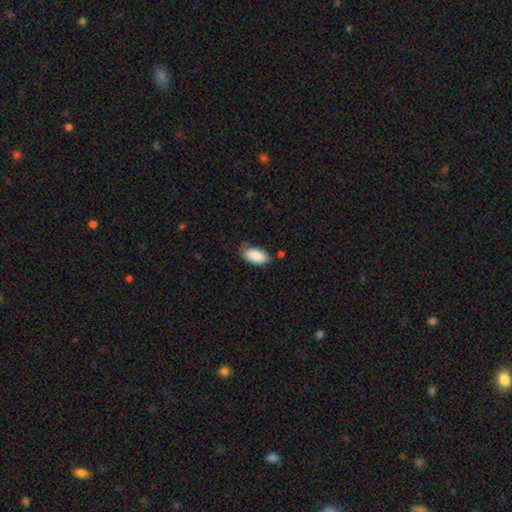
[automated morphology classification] smooth 89%, star or artifact 6%, featured or disk 5%. Down the decision tree: how rounded — in between (94%); merging — none (68%).